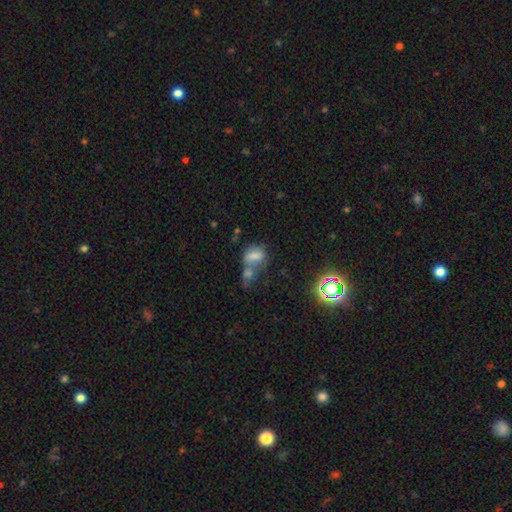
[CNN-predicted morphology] Smooth or featured?
  - smooth: 69% *
  - star or artifact: 17%
  - featured or disk: 15%
How rounded?
  - in between: 70% *
  - round: 26%
  - cigar-shaped: 3%
Merging?
  - merger: 52% *
  - none: 28%
  - minor disturbance: 12%
  - major disturbance: 8%